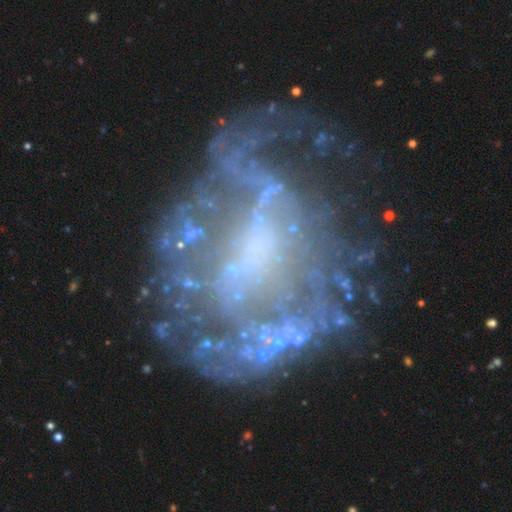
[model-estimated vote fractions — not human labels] smooth-or-featured: featured or disk: 76% | star or artifact: 13% | smooth: 11%
  disk-edge-on: no: 97% | yes: 3%
    bar: no: 60% | weak: 27% | strong: 13%
    has-spiral-arms: no: 52% | yes: 48%
    bulge-size: none: 50% | small: 27% | moderate: 16% | large: 5% | dominant: 2%
  merging: none: 49% | major disturbance: 27% | minor disturbance: 19% | merger: 4%